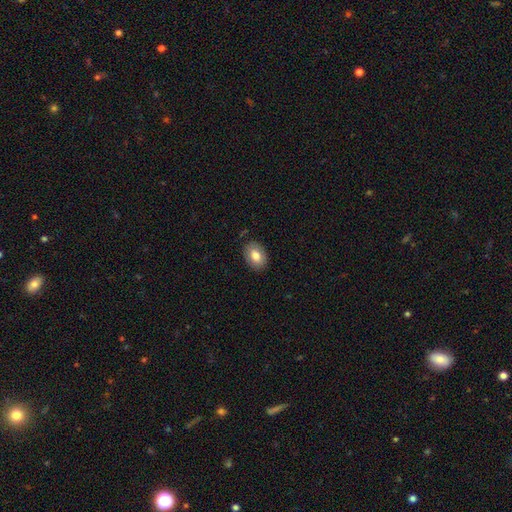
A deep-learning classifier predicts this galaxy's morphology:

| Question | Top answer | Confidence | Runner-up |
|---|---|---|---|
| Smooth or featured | smooth | 78% | featured or disk (14%) |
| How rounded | in between | 81% | round (18%) |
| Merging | none | 86% | minor disturbance (11%) |